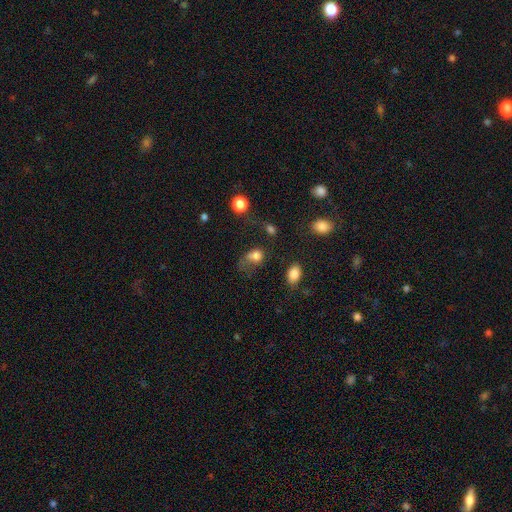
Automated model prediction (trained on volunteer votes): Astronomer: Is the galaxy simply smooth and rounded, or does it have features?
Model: smooth — 75%.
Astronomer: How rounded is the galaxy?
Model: in between — 51% (runner-up: round, 48%).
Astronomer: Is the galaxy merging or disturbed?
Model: major disturbance — 39% (runner-up: none, 28%).